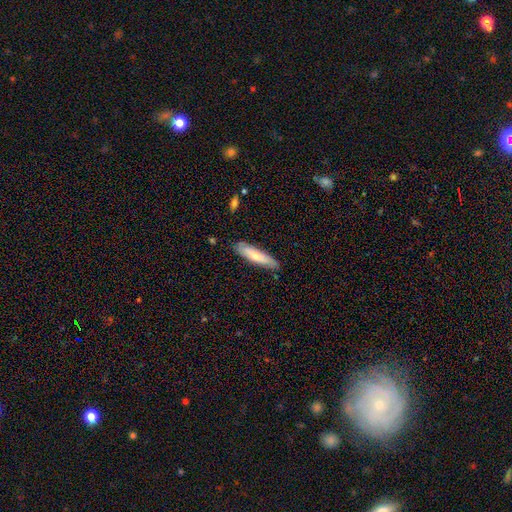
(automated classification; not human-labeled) A smooth galaxy with no disk features (66%) that is cigar-shaped (74%).

Vote fractions:
- Smooth or featured? smooth: 66% / featured or disk: 29% / star or artifact: 6%
- How rounded? cigar-shaped: 74% / in between: 24% / round: 1%
- Merging? none: 79% / minor disturbance: 17% / major disturbance: 3% / merger: 2%